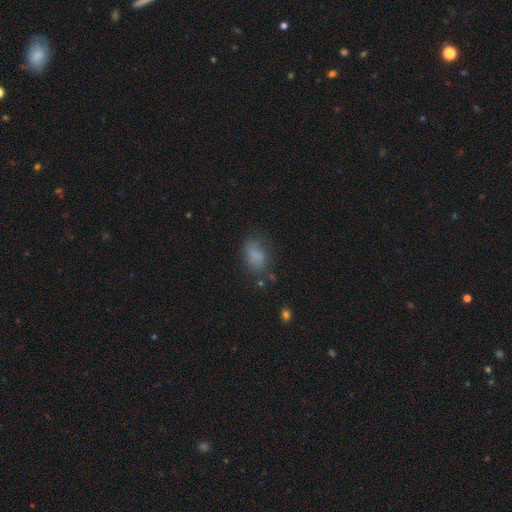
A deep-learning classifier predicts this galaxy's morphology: Q: Smooth or featured?
A: smooth (77%); runner-up: star or artifact (12%)
Q: How rounded?
A: in between (82%); runner-up: round (15%)
Q: Merging?
A: none (58%); runner-up: minor disturbance (25%)